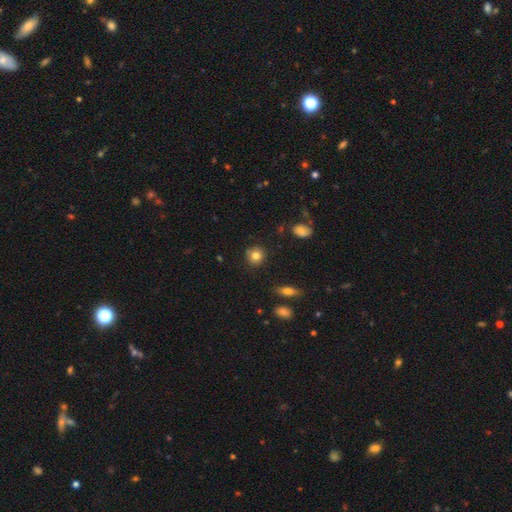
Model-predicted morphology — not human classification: type=smooth (82%); roundness=round (90%); merging=none (88%).